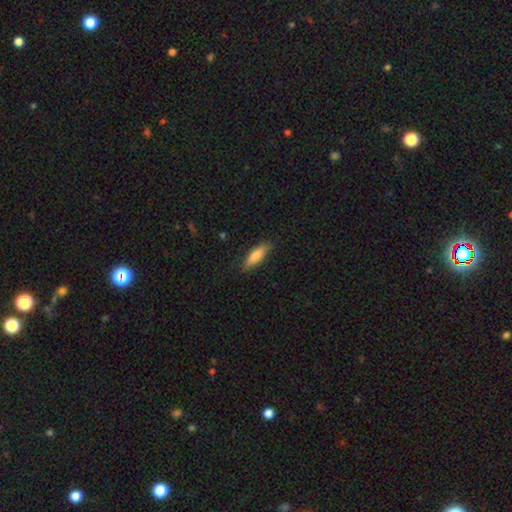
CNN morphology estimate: This is likely a smooth galaxy (79%). How rounded: possibly in between (55%). Merging: clearly none (84%).